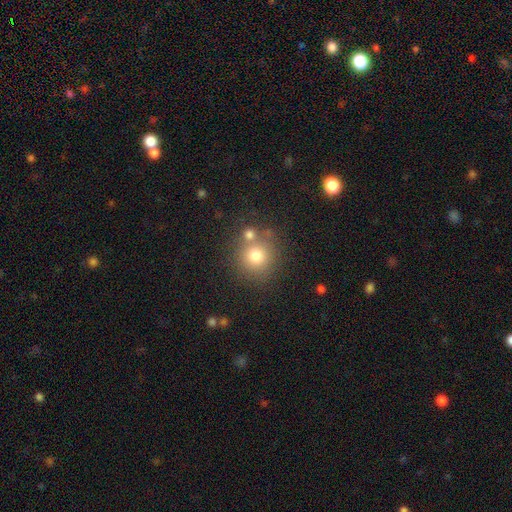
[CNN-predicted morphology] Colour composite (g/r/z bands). It shows a smooth galaxy with no disk features (75%) that is round (91%). Merging: none (67%).